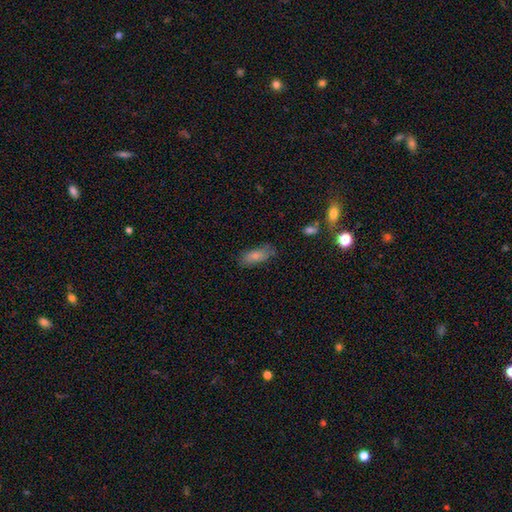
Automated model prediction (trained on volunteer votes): Q: Smooth or featured?
A: smooth (79%); runner-up: featured or disk (13%)
Q: How rounded?
A: in between (76%); runner-up: cigar-shaped (22%)
Q: Merging?
A: none (74%); runner-up: minor disturbance (19%)